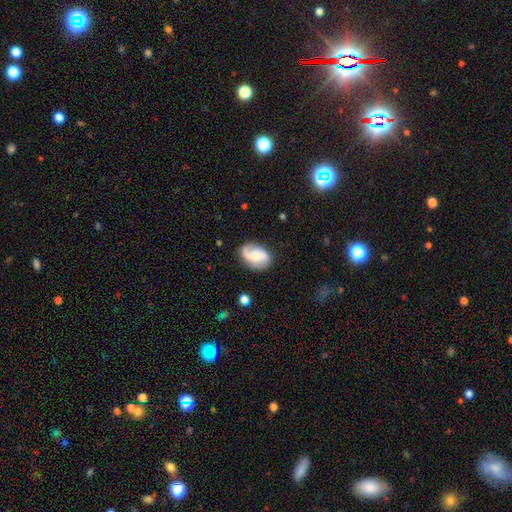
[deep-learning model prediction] The model was most divided on "bulge size": small: 40%, moderate: 38%, none: 11%, large: 8%, dominant: 2%. Remaining: edge-on disk — no (97%); spiral arms — yes (92%); spiral arm count — 2 (73%); merging — none (70%); smooth or featured — featured or disk (64%); bar — no (56%); spiral winding — loose (43%).